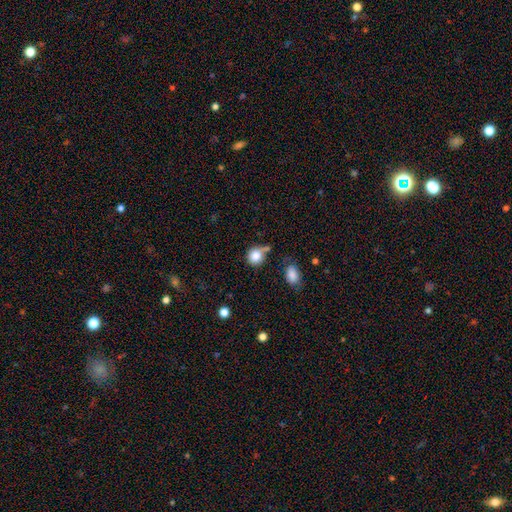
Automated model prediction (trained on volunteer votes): Smooth or featured? Predicted: smooth (p=0.84). How rounded? Predicted: round (p=0.79). Merging? Predicted: none (p=0.53).